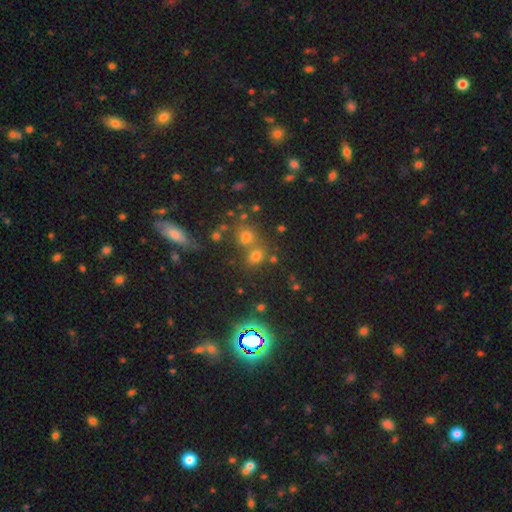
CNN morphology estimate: smooth 52%, star or artifact 37%, featured or disk 10%. Down the decision tree: how rounded — round (71%); merging — none (56%).